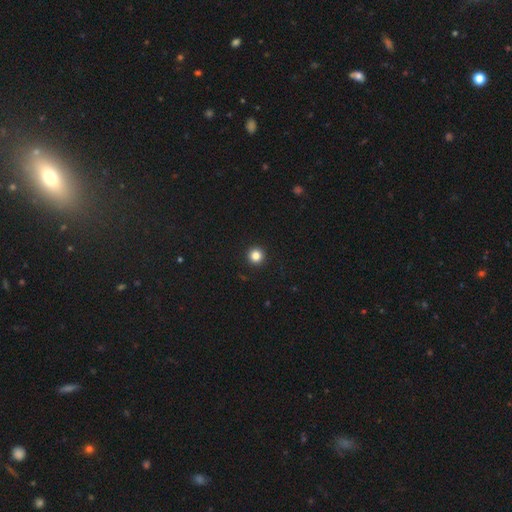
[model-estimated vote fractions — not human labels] smooth-or-featured: smooth: 84% | star or artifact: 12% | featured or disk: 4%
  how-rounded: round: 96% | in between: 3% | cigar-shaped: 1%
  merging: none: 94% | minor disturbance: 4% | major disturbance: 1% | merger: 1%